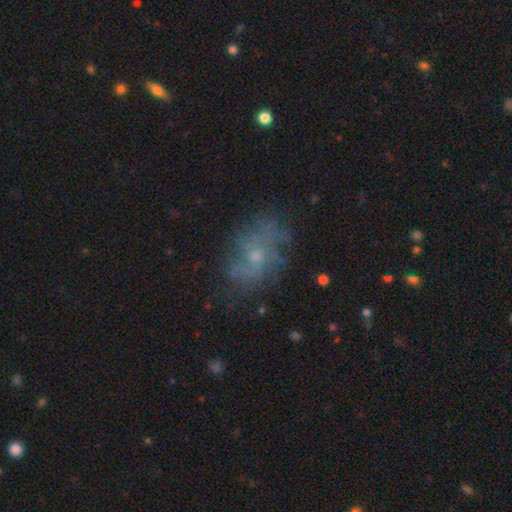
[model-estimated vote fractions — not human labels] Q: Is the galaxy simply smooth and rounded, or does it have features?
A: featured or disk — 54%.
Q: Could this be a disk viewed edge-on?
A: no — 96%.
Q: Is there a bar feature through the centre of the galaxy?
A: no — 83%.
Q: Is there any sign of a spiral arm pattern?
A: yes — 54%.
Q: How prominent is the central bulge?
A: small — 58%.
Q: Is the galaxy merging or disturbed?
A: none — 62%.